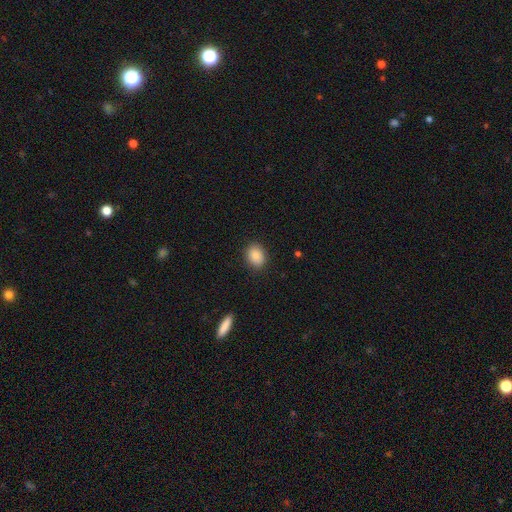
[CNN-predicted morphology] Smooth or featured? Predicted: smooth (p=0.88). How rounded? Predicted: in between (p=0.58). Merging? Predicted: none (p=0.88).